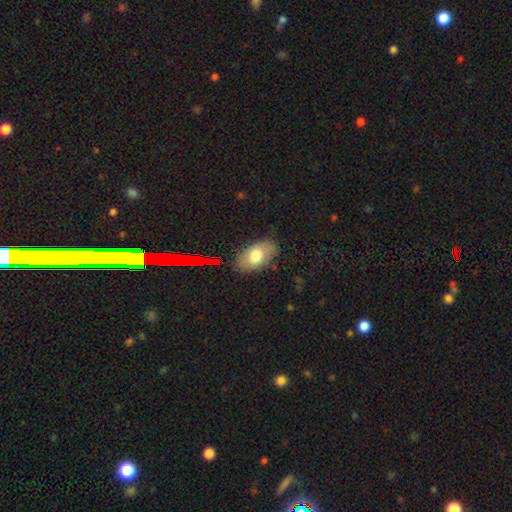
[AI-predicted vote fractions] A smooth galaxy with no disk features (73%) that is in between round and cigar-shaped (92%).

Vote fractions:
- Smooth or featured? smooth: 73% / featured or disk: 18% / star or artifact: 9%
- How rounded? in between: 92% / round: 6% / cigar-shaped: 2%
- Merging? none: 83% / minor disturbance: 12% / major disturbance: 3% / merger: 2%